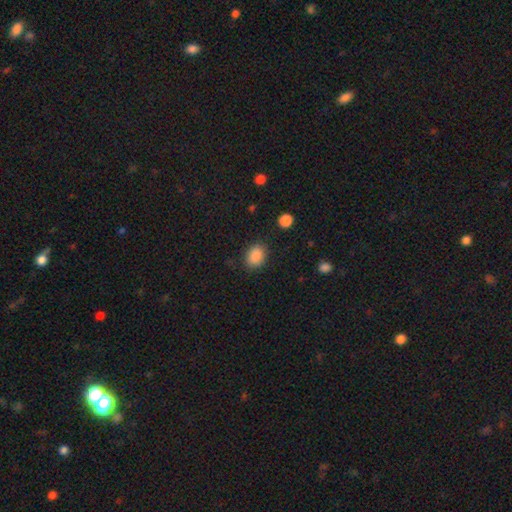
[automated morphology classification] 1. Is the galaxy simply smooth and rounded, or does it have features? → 87% smooth, 9% star or artifact, 4% featured or disk.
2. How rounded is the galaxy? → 67% in between, 32% round, 1% cigar-shaped.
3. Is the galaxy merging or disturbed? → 83% none, 12% minor disturbance, 3% major disturbance, 2% merger.